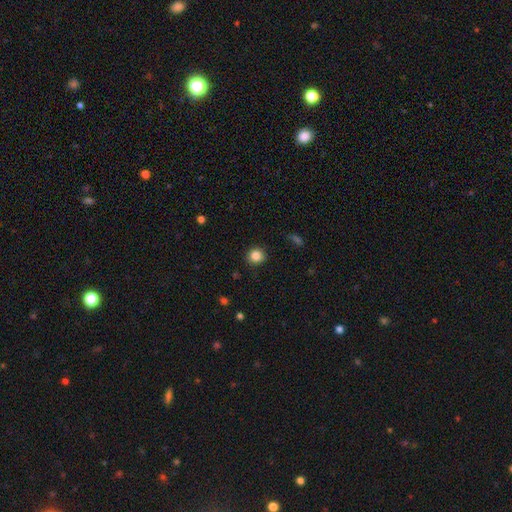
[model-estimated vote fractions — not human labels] Smooth or featured? smooth (84%)
How rounded? round (89%)
Merging? none (90%)